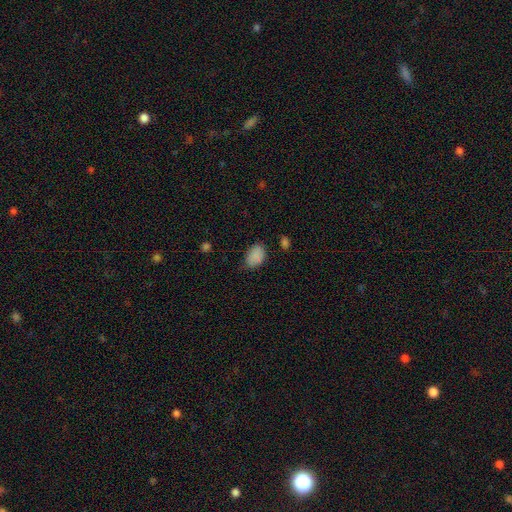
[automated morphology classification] This appears to be a smooth galaxy with no disk features (86%) that is in between round and cigar-shaped (86%). Merging: none (63%).